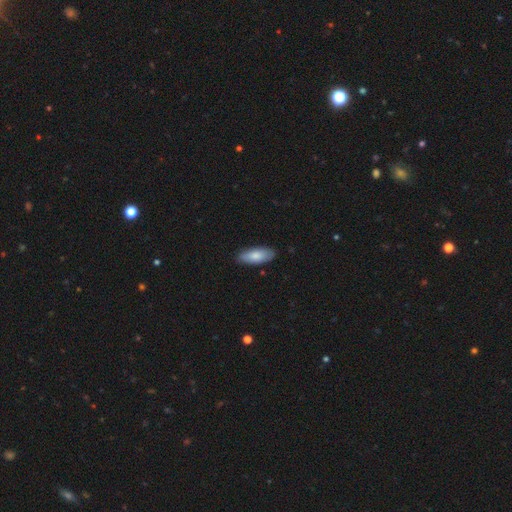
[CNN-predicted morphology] smooth-or-featured: smooth: 81% | featured or disk: 14% | star or artifact: 5%
  how-rounded: in between: 78% | cigar-shaped: 20% | round: 2%
  merging: none: 84% | minor disturbance: 13% | major disturbance: 2% | merger: 1%